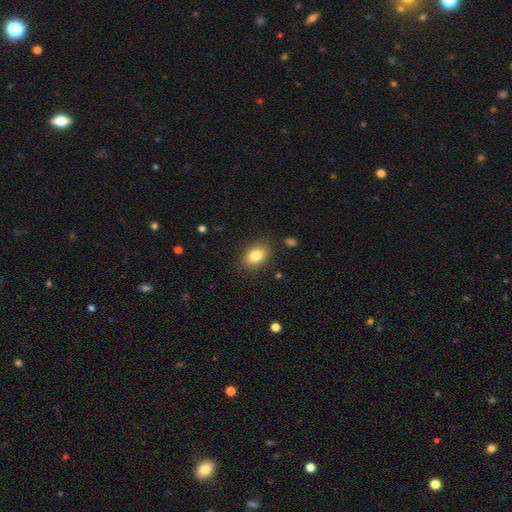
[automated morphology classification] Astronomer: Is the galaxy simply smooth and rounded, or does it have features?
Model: smooth — 82%.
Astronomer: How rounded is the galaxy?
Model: in between — 82%.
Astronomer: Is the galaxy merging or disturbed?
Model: none — 86%.